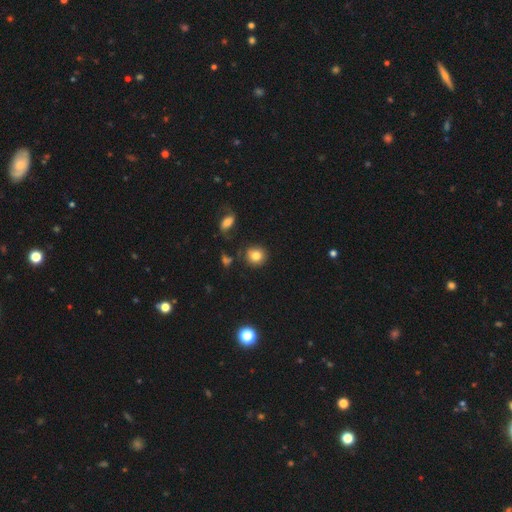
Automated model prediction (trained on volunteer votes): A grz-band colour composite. It shows a smooth galaxy with no disk features (82%) that is round (85%). Merging: none (80%).